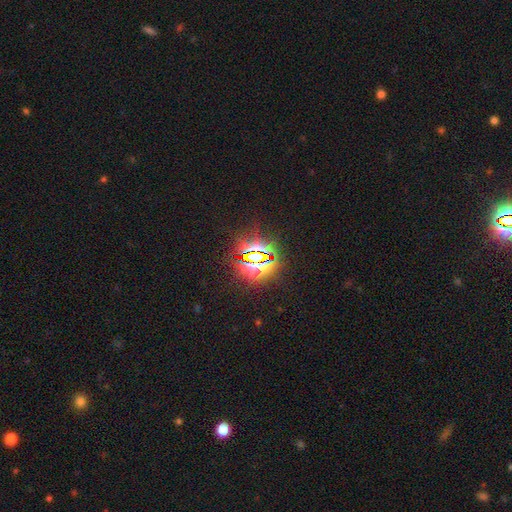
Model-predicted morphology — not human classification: This is likely a star or artifact rather than a galaxy (80%).